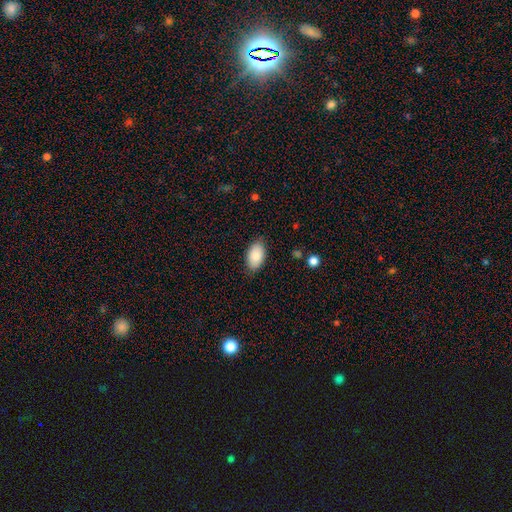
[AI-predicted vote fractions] Overall: smooth (85%). How rounded: in between (95%). Merging: none (85%).